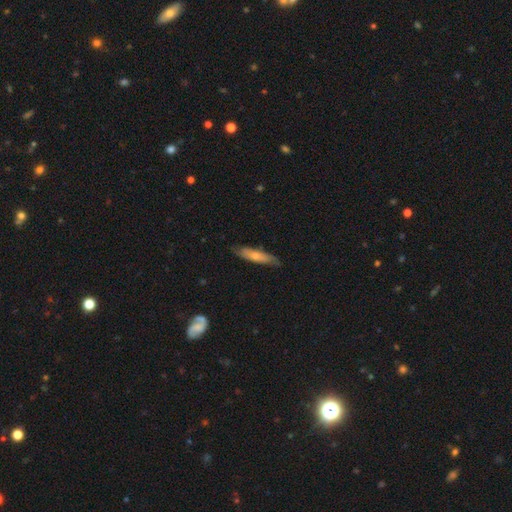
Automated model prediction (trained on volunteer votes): Smooth or featured? Predicted: smooth (p=0.58). How rounded? Predicted: cigar-shaped (p=0.75). Merging? Predicted: none (p=0.77).